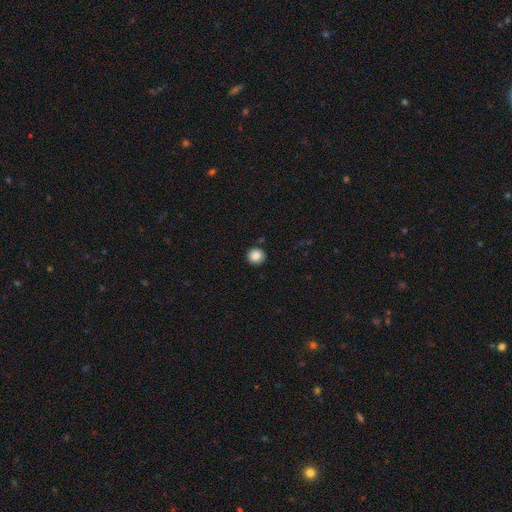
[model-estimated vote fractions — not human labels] Morphology: type=smooth (86%); roundness=round (94%); merging=none (91%).